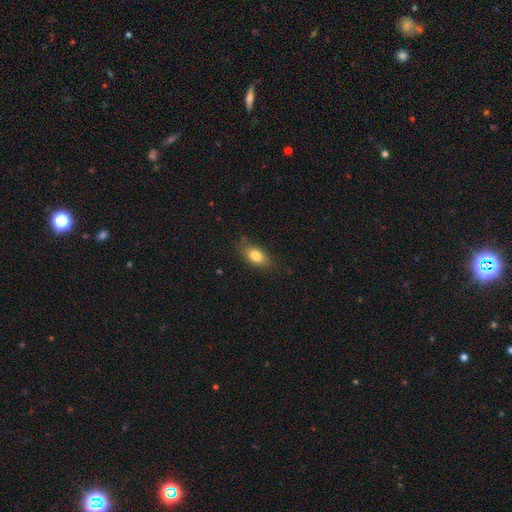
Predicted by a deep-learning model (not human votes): smooth_or_featured: smooth (p=0.80) [alt: featured or disk p=0.12]
how_rounded: in between (p=0.85) [alt: round p=0.08]
merging: none (p=0.77) [alt: minor disturbance p=0.18]